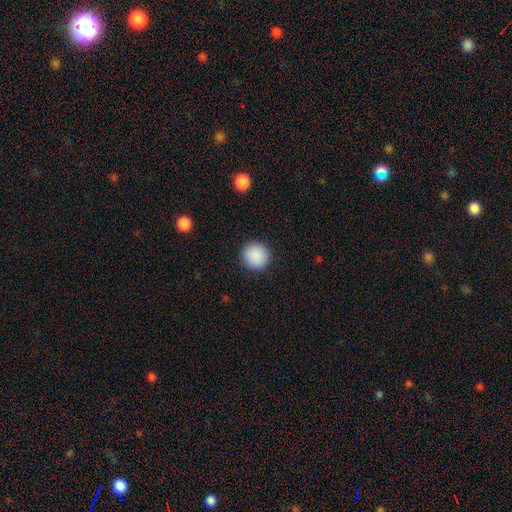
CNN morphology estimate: smooth-or-featured: smooth: 89% | star or artifact: 8% | featured or disk: 3%
  how-rounded: round: 94% | in between: 5% | cigar-shaped: 1%
  merging: none: 92% | minor disturbance: 5% | major disturbance: 2% | merger: 1%